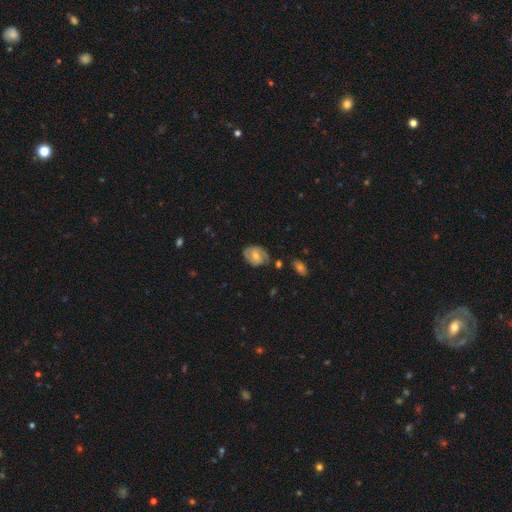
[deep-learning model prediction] This appears to be a featured or disk galaxy (61%) with a weak bar (47%), spiral arms (84%) and a moderate central bulge (52%). Merging: none (70%).